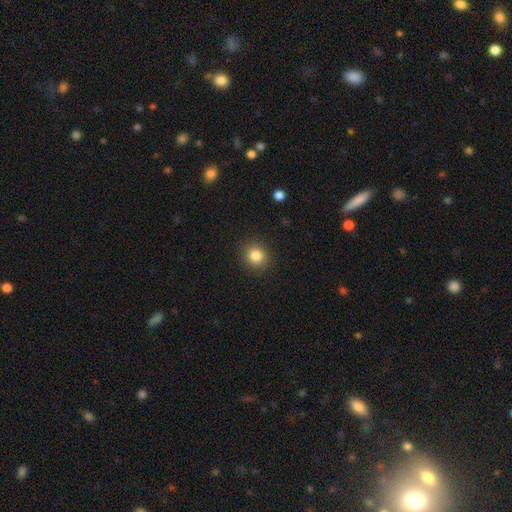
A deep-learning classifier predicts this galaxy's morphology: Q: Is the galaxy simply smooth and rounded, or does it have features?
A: smooth — 84%.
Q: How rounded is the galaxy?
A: round — 86%.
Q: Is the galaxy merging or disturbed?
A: none — 90%.